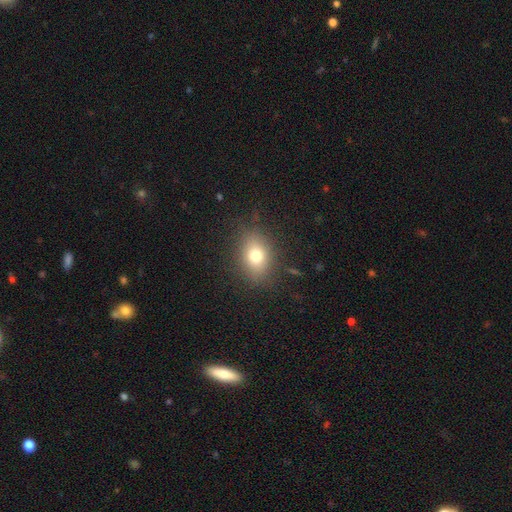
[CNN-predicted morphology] Q: Smooth or featured?
A: smooth (74%); runner-up: featured or disk (13%)
Q: How rounded?
A: in between (63%); runner-up: round (35%)
Q: Merging?
A: none (82%); runner-up: minor disturbance (12%)